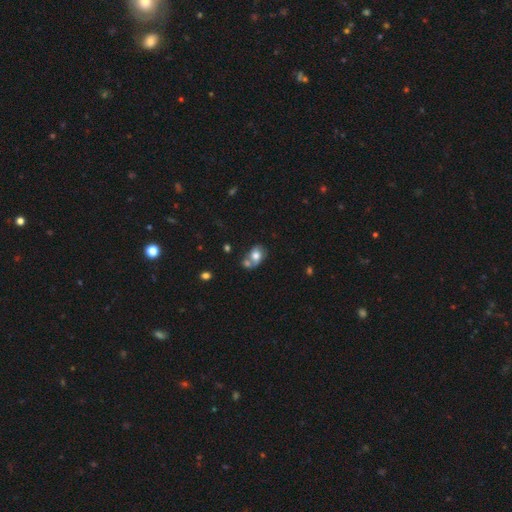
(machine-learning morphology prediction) Overall: smooth (67%). How rounded: in between (60%; round 39%). Merging: merger (47%; none 31%).